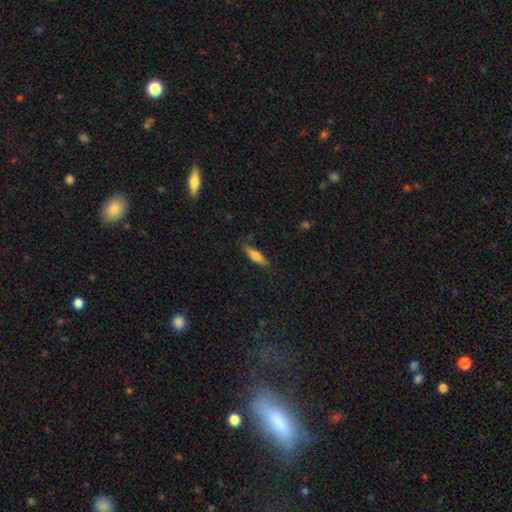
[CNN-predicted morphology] Smooth or featured?
  - smooth: 68% *
  - featured or disk: 26%
  - star or artifact: 7%
How rounded?
  - cigar-shaped: 67% *
  - in between: 31%
  - round: 2%
Merging?
  - none: 79% *
  - minor disturbance: 16%
  - major disturbance: 4%
  - merger: 1%